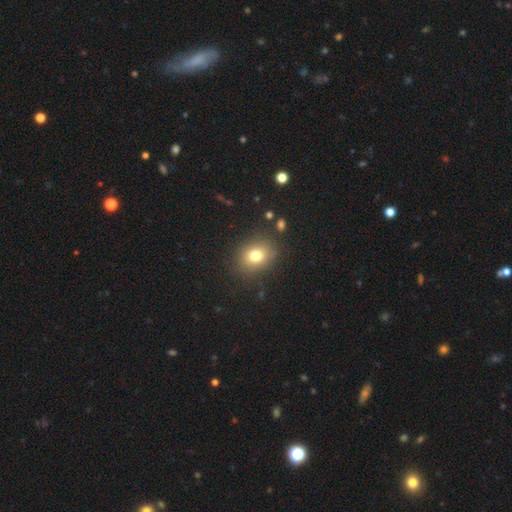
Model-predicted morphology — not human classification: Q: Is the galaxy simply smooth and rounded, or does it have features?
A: smooth — 76%.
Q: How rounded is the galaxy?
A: round — 56%.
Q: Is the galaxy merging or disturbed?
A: none — 84%.